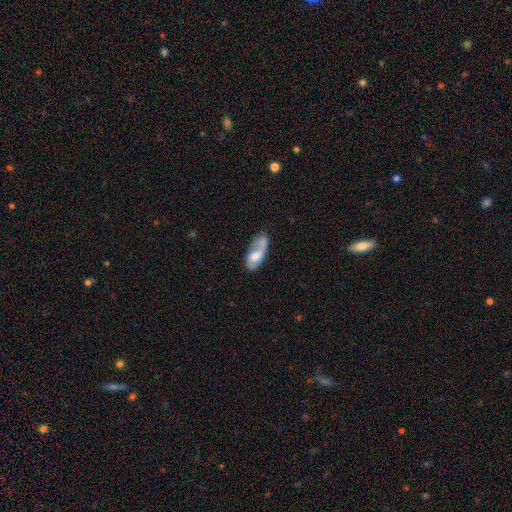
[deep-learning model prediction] The model was most divided on "smooth or featured": featured or disk: 50%, smooth: 44%, star or artifact: 6%. Remaining: merging — none (39%).